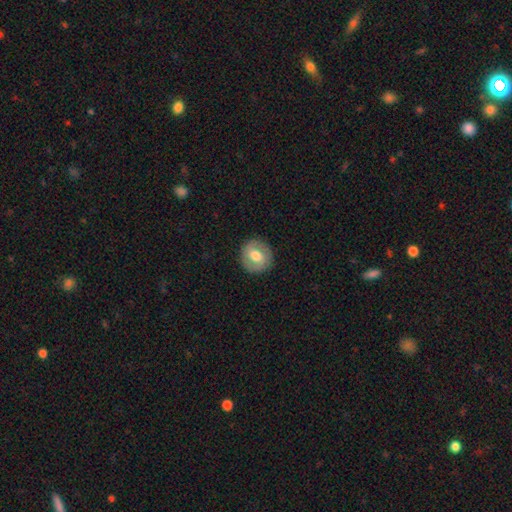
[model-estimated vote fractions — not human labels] Smooth or featured?
  - smooth: 56% *
  - featured or disk: 38%
  - star or artifact: 7%
How rounded?
  - round: 88% *
  - in between: 11%
  - cigar-shaped: 1%
Merging?
  - none: 88% *
  - minor disturbance: 8%
  - major disturbance: 3%
  - merger: 1%